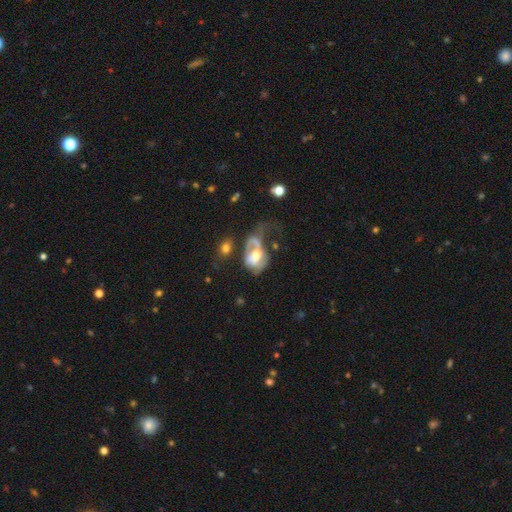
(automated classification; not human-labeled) Morphology: type=featured or disk (60%); edge-on=no (96%); bar=no (52%); spiral arms=yes (53%); bulge=moderate (56%); merging=major disturbance (52%).